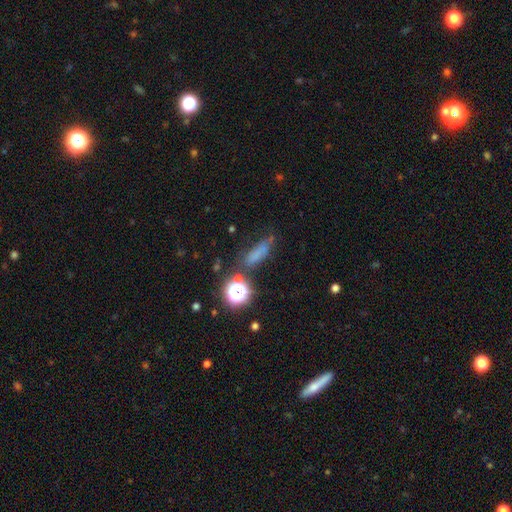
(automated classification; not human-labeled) smooth 61%, star or artifact 23%, featured or disk 15%. Down the decision tree: how rounded — cigar-shaped (48%); merging — none (58%).